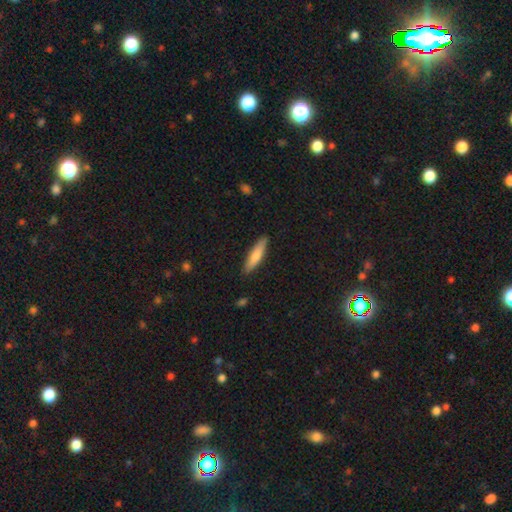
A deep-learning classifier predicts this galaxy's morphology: A smooth galaxy with no disk features (71%) that is cigar-shaped (79%). Merging: none (88%).